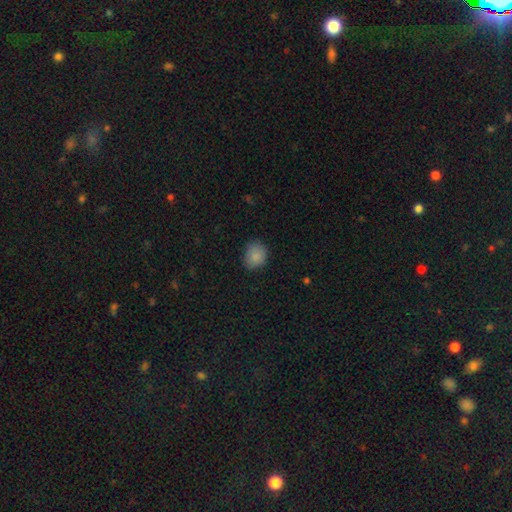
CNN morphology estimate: Smooth or featured? smooth (86%)
How rounded? round (62%)
Merging? none (75%)